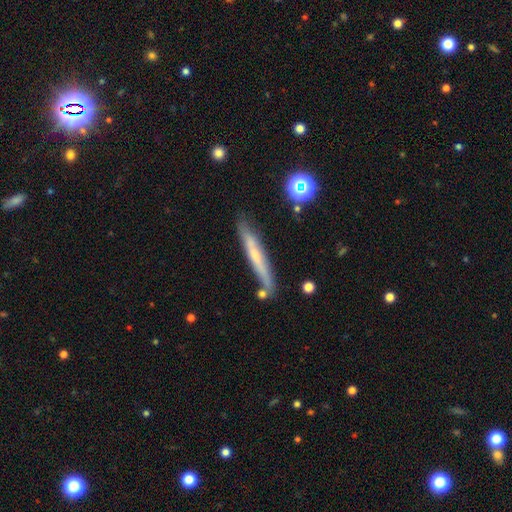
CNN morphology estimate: smooth_or_featured: featured or disk (p=0.47) [alt: smooth p=0.45]
merging: none (p=0.77) [alt: minor disturbance p=0.15]